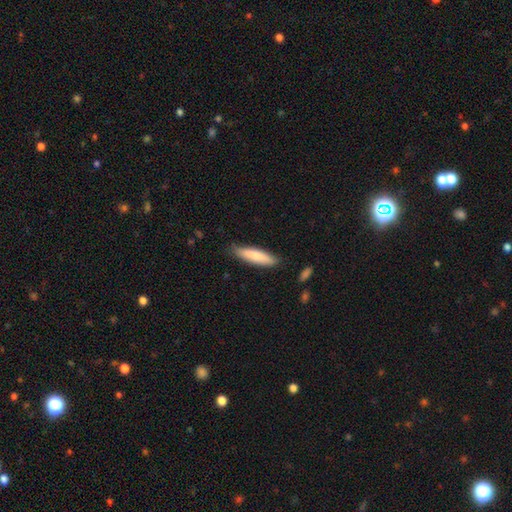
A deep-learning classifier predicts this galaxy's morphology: smooth_or_featured: smooth (p=0.80) [alt: featured or disk p=0.15]
how_rounded: cigar-shaped (p=0.71) [alt: in between p=0.28]
merging: none (p=0.80) [alt: minor disturbance p=0.16]